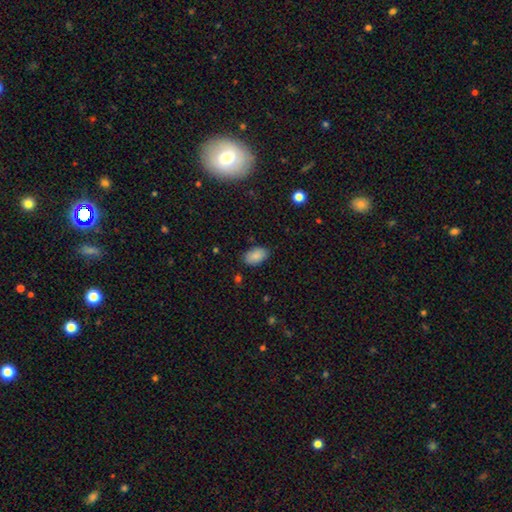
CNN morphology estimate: A smooth galaxy with no disk features (88%) that is in between round and cigar-shaped (93%).

Vote fractions:
- Smooth or featured? smooth: 88% / star or artifact: 7% / featured or disk: 5%
- How rounded? in between: 93% / round: 5% / cigar-shaped: 2%
- Merging? none: 84% / minor disturbance: 13% / major disturbance: 3% / merger: 1%